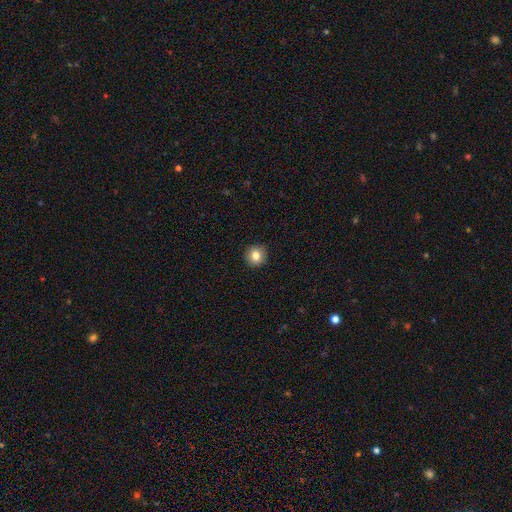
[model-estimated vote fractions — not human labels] smooth 82%, star or artifact 10%, featured or disk 8%. Down the decision tree: how rounded — round (94%); merging — none (90%).